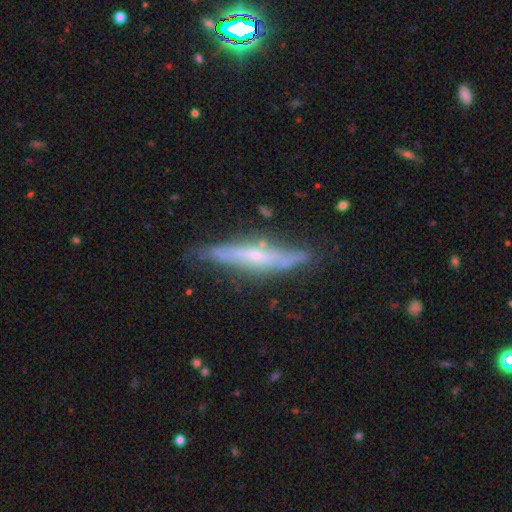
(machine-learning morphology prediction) Smooth or featured: featured or disk — 71% (smooth — 23%)
Edge-on disk: yes — 88% (no — 12%)
Edge-on bulge: rounded — 54% (none — 36%)
Merging: none — 74% (minor disturbance — 19%)